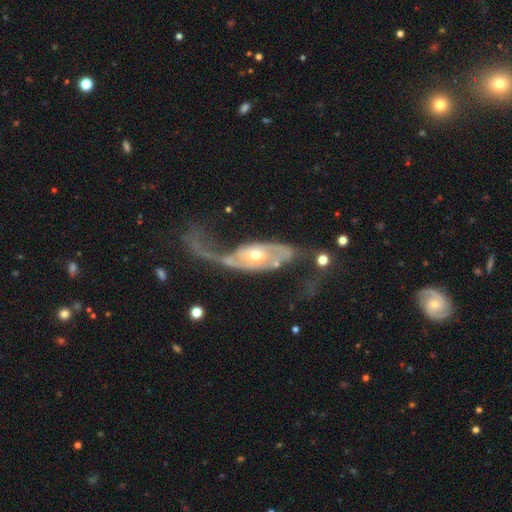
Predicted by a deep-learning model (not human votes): A featured or disk galaxy (82%) with no bar (65%), 2 (65%) loose (56%) spiral arms (86%) and a moderate central bulge (62%). Merging: major disturbance (45%).